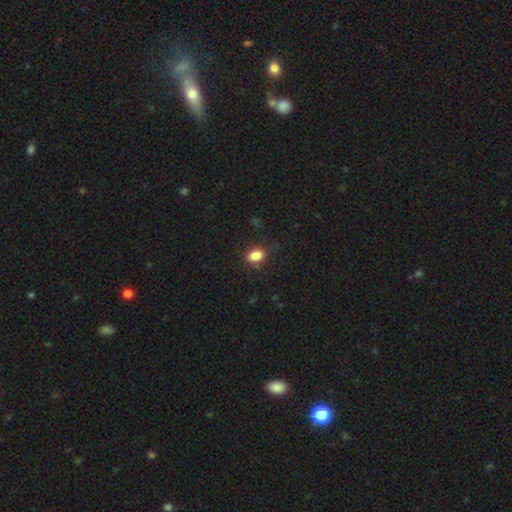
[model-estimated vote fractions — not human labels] A smooth galaxy with no disk features (85%) that is in between round and cigar-shaped (77%). Merging: none (81%).